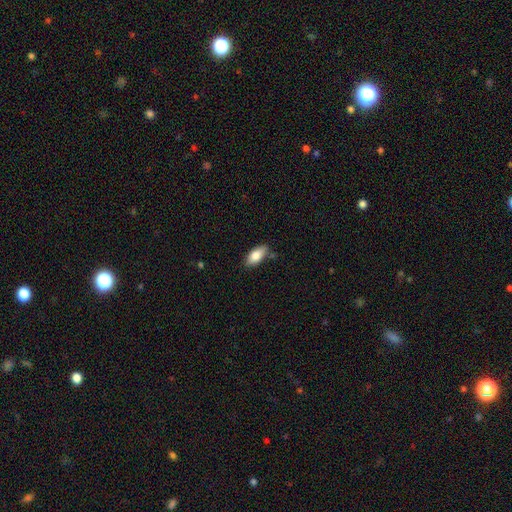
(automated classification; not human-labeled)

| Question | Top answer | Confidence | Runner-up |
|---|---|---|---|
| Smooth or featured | smooth | 82% | featured or disk (11%) |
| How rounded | in between | 89% | cigar-shaped (8%) |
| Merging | none | 79% | minor disturbance (15%) |